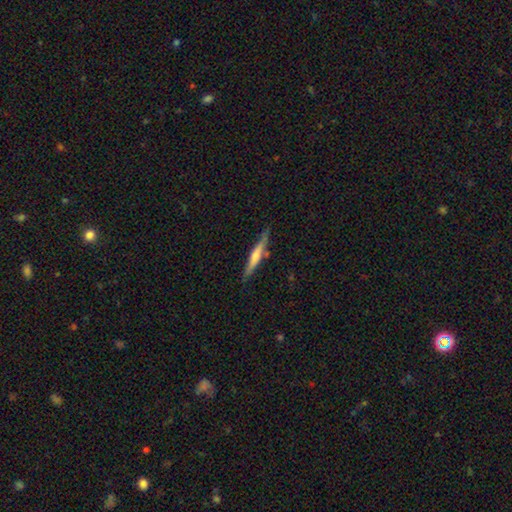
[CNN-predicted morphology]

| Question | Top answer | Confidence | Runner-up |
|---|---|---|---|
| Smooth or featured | featured or disk | 56% | smooth (38%) |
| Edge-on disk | yes | 96% | no (4%) |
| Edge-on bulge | rounded | 51% | none (31%) |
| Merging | none | 84% | minor disturbance (12%) |